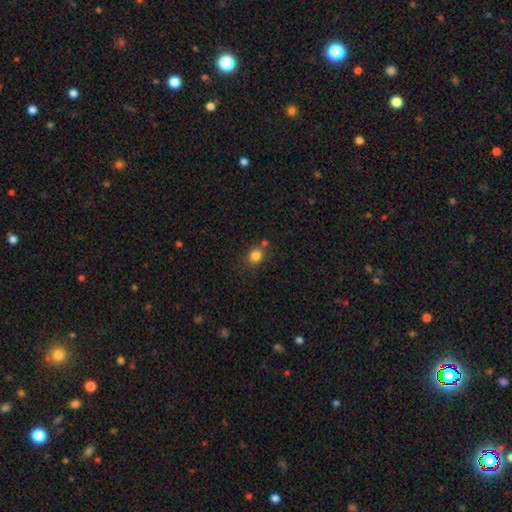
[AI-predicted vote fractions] The model was most divided on "how rounded": round: 76%, in between: 23%, cigar-shaped: 1%. More confident: smooth or featured — smooth (83%); merging — none (71%).